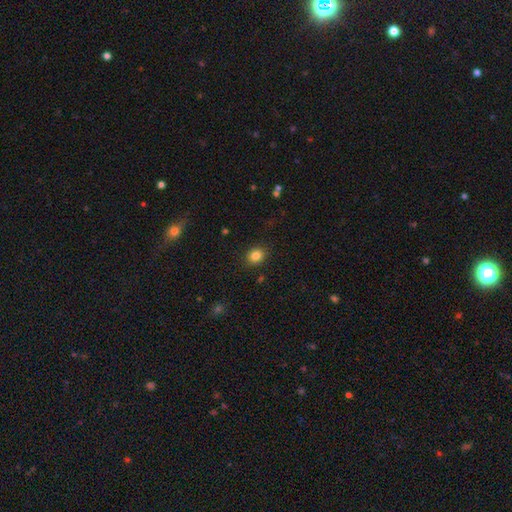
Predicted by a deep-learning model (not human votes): Overall: smooth (84%). How rounded: round (62%; in between 37%). Merging: none (88%).